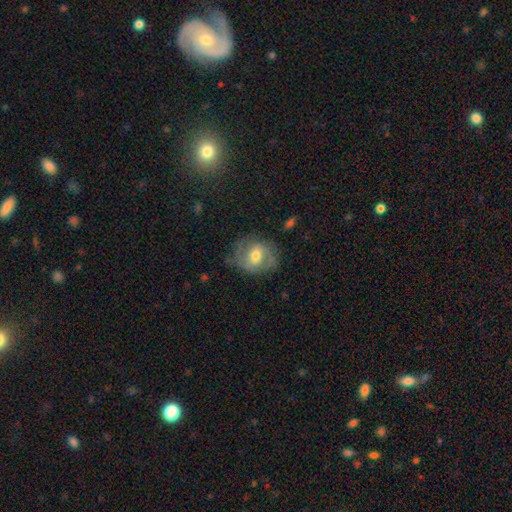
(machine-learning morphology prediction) Overall: featured or disk (53%; smooth 40%). Edge-on disk: no (96%). Bar: weak (49%; no 33%). Spiral arms: yes (70%). Bulge size: moderate (68%). Merging: none (62%; minor disturbance 24%).